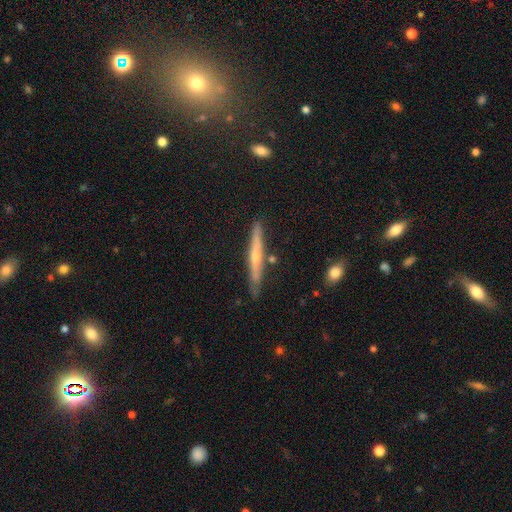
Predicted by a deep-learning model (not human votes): featured or disk 70%, smooth 21%, star or artifact 9%. Down the decision tree: edge-on disk — yes (96%); edge-on bulge — rounded (74%); merging — none (86%).